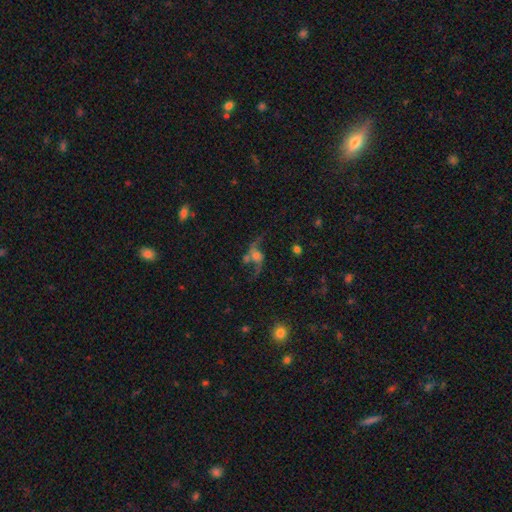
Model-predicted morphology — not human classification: type=featured or disk (75%); edge-on=no (94%); bar=no (62%); spiral arms=yes (92%); winding=loose (90%); arm count=2 (91%); bulge=moderate (37%); merging=none (53%).